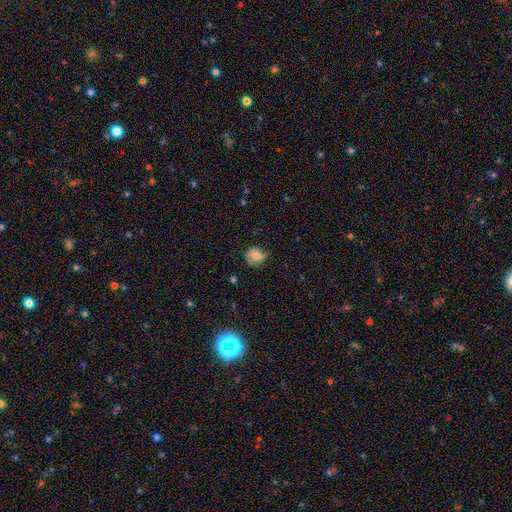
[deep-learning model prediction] smooth 80%, featured or disk 10%, star or artifact 10%. Down the decision tree: how rounded — round (81%); merging — none (64%).